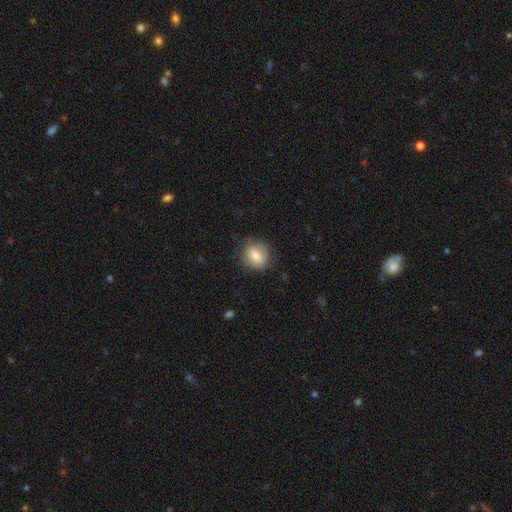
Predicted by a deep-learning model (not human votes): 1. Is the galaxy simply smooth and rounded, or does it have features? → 76% smooth, 15% featured or disk, 8% star or artifact.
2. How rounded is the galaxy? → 75% round, 24% in between, 1% cigar-shaped.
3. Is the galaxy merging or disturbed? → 77% none, 17% minor disturbance, 5% major disturbance, 1% merger.